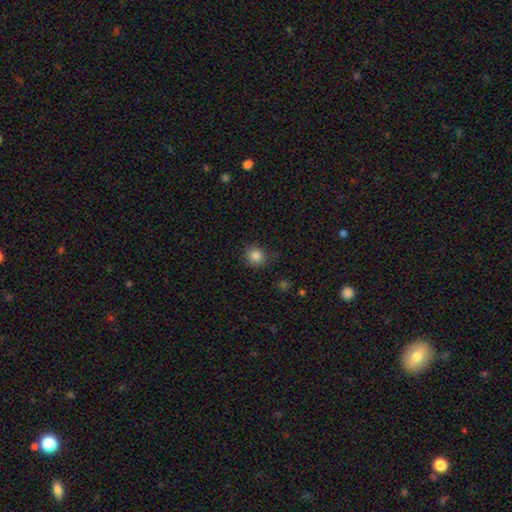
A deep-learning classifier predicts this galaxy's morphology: Smooth or featured? Predicted: smooth (p=0.84). How rounded? Predicted: round (p=0.87). Merging? Predicted: none (p=0.81).